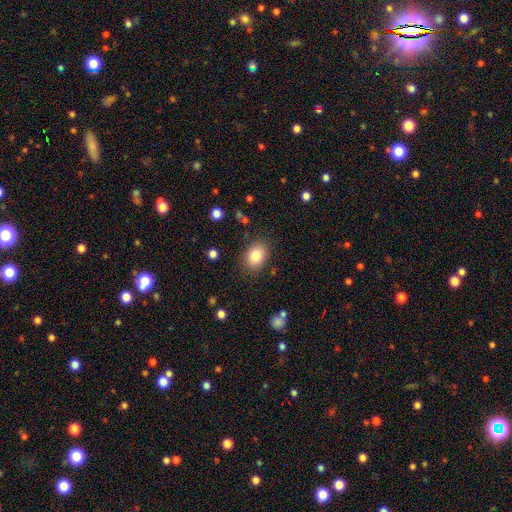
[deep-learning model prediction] Q: Smooth or featured?
A: smooth (83%); runner-up: star or artifact (9%)
Q: How rounded?
A: in between (72%); runner-up: round (27%)
Q: Merging?
A: none (84%); runner-up: minor disturbance (11%)